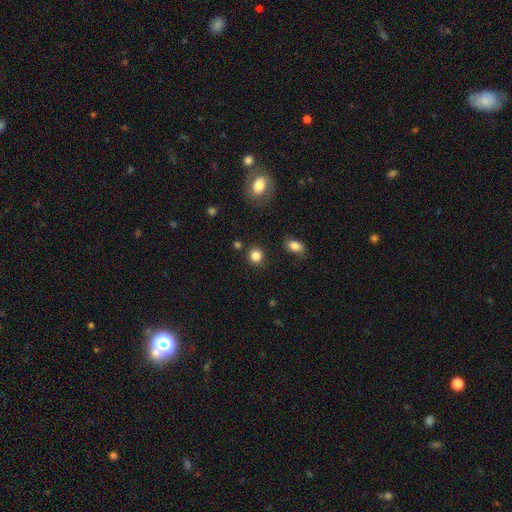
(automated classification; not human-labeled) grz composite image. It shows a smooth galaxy with no disk features (85%) that is round (87%). Merging: none (87%).